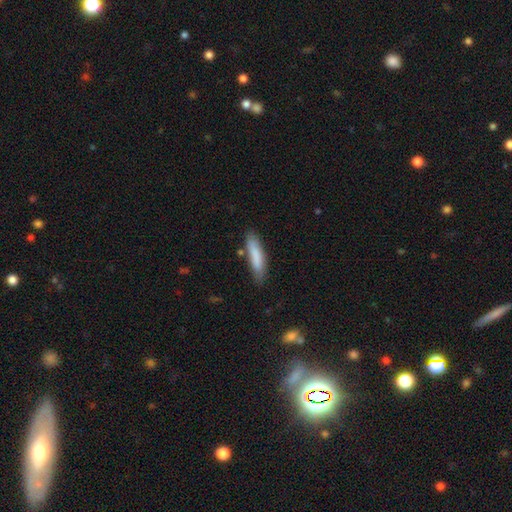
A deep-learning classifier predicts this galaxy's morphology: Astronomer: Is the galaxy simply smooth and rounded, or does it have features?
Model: smooth — 81%.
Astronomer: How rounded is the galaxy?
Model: cigar-shaped — 80%.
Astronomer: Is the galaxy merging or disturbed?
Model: none — 76%.